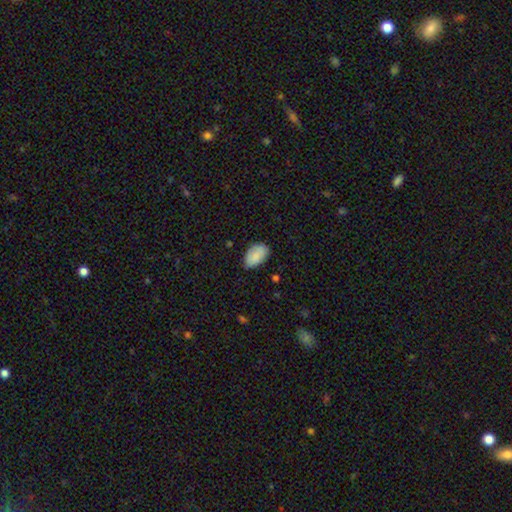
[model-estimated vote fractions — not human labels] smooth_or_featured: smooth (p=0.86) [alt: featured or disk p=0.07]
how_rounded: in between (p=0.93) [alt: round p=0.05]
merging: none (p=0.72) [alt: minor disturbance p=0.23]